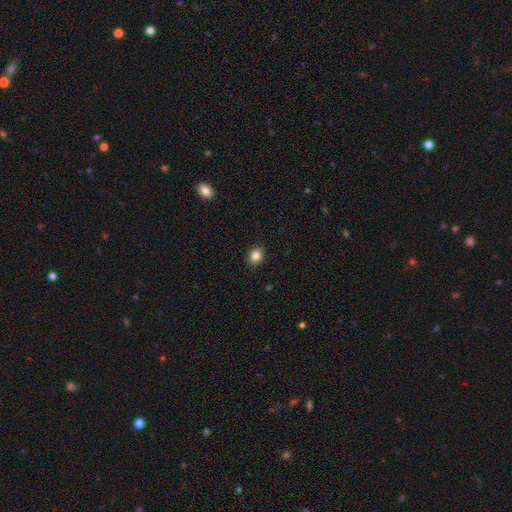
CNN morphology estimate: Smooth or featured? smooth (85%)
How rounded? round (62%)
Merging? none (91%)